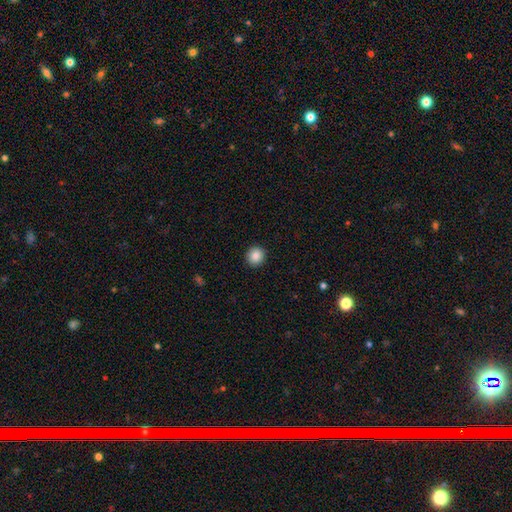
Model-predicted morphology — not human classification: smooth-or-featured: smooth: 88% | star or artifact: 9% | featured or disk: 3%
  how-rounded: round: 89% | in between: 11% | cigar-shaped: 1%
  merging: none: 92% | minor disturbance: 5% | major disturbance: 2% | merger: 1%